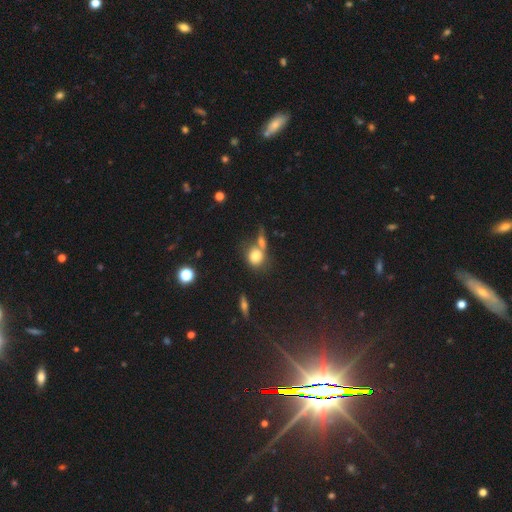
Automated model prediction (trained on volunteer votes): A smooth galaxy with no disk features (77%) that is round (71%). Merging: none (41%, tied with merger).